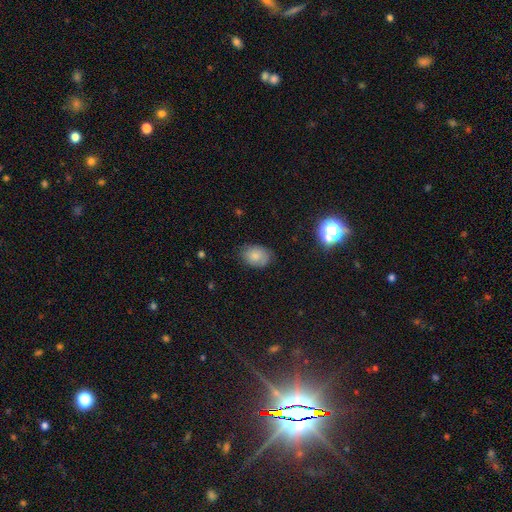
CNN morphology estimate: The model was most divided on "how rounded": in between: 73%, round: 26%, cigar-shaped: 1%. More confident: smooth or featured — smooth (76%); merging — none (72%).